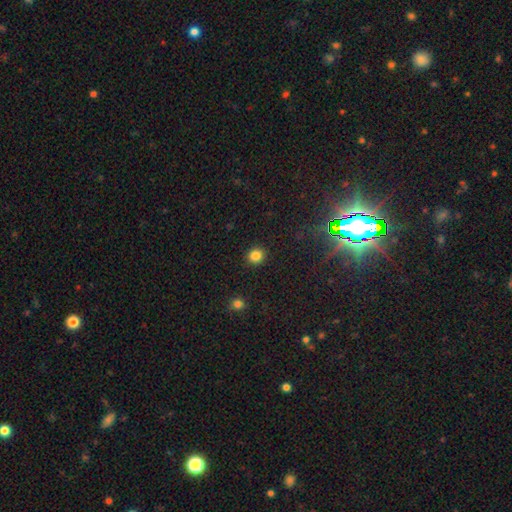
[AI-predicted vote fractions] The model was most divided on "smooth or featured": smooth: 84%, star or artifact: 12%, featured or disk: 4%. More confident: merging — none (92%); how rounded — round (90%).